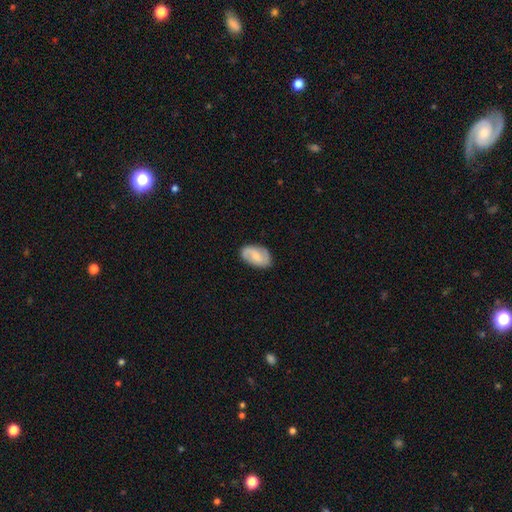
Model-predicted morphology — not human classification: This is possibly a featured or disk galaxy (52%). It is clearly not viewed edge-on (96%). Bar: possibly weak (50%). Spiral arm pattern: clearly yes (87%). Central bulge: marginally small (45%). Merging: clearly none (80%).